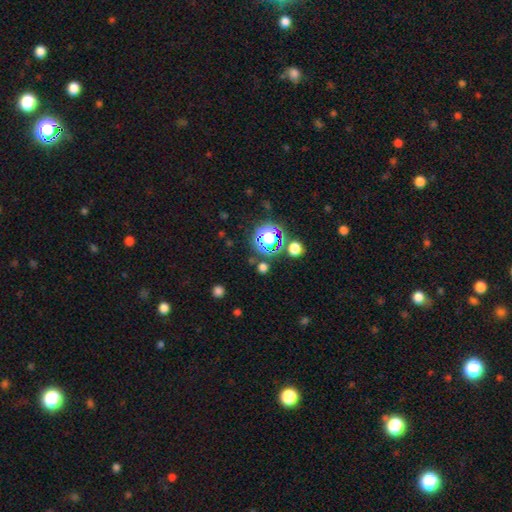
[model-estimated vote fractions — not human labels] Smooth or featured: star or artifact — 71% (smooth — 21%)